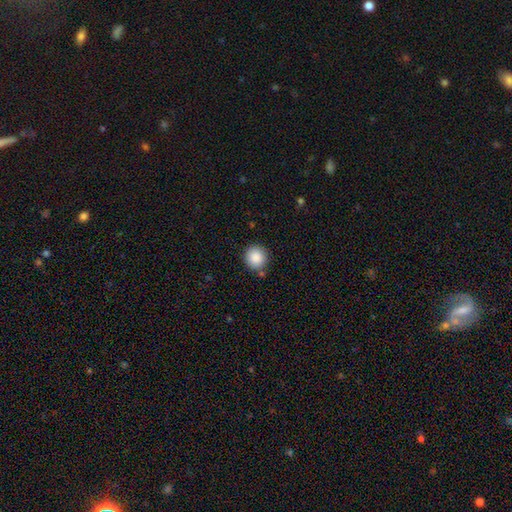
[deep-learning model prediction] This appears to be a smooth galaxy with no disk features (88%) that is round (91%). Merging: none (85%).